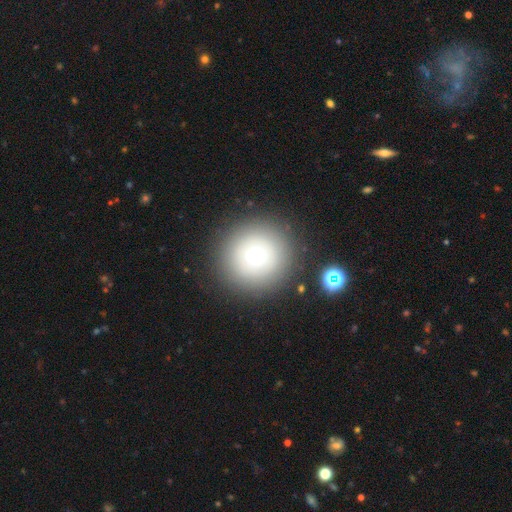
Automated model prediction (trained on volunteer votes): Smooth or featured? Predicted: smooth (p=0.67). How rounded? Predicted: round (p=0.96). Merging? Predicted: none (p=0.88).